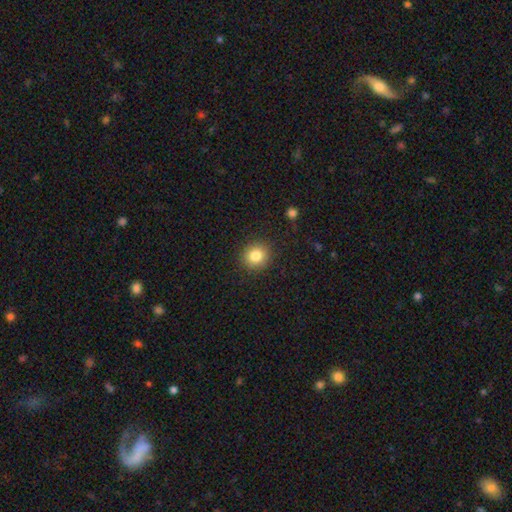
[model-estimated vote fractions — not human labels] A smooth galaxy with no disk features (83%) that is round (85%).

Vote fractions:
- Smooth or featured? smooth: 83% / star or artifact: 11% / featured or disk: 6%
- How rounded? round: 85% / in between: 14% / cigar-shaped: 1%
- Merging? none: 90% / minor disturbance: 7% / major disturbance: 2% / merger: 1%